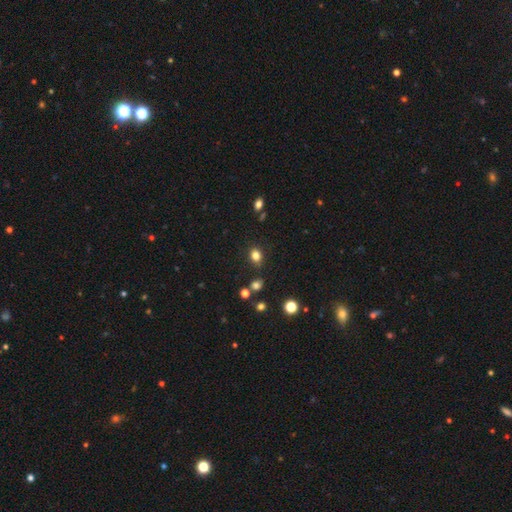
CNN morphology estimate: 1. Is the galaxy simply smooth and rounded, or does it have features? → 81% smooth, 13% star or artifact, 6% featured or disk.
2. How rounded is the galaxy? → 54% in between, 44% round, 1% cigar-shaped.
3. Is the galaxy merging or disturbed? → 82% none, 12% minor disturbance, 3% major disturbance, 3% merger.